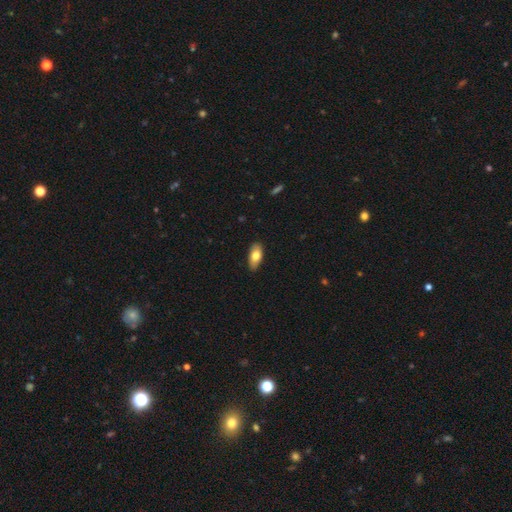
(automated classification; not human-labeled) Smooth or featured? Predicted: smooth (p=0.75). How rounded? Predicted: in between (p=0.90). Merging? Predicted: none (p=0.86).